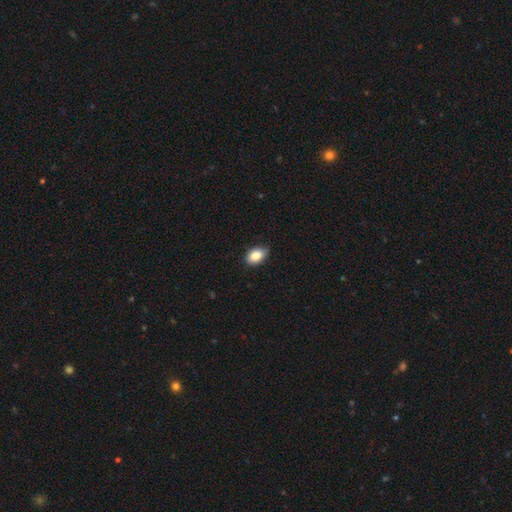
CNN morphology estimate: A smooth galaxy with no disk features (85%) that is in between round and cigar-shaped (88%).

Vote fractions:
- Smooth or featured? smooth: 85% / star or artifact: 8% / featured or disk: 7%
- How rounded? in between: 88% / round: 11% / cigar-shaped: 2%
- Merging? none: 81% / minor disturbance: 16% / major disturbance: 2% / merger: 1%